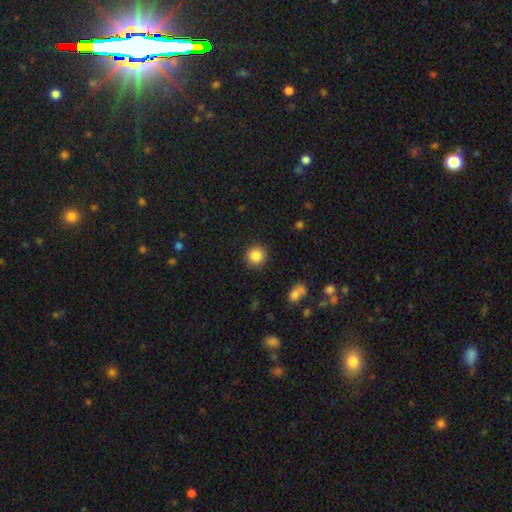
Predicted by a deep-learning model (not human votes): Smooth or featured: smooth — 86% (star or artifact — 10%)
How rounded: round — 92% (in between — 7%)
Merging: none — 90% (minor disturbance — 7%)